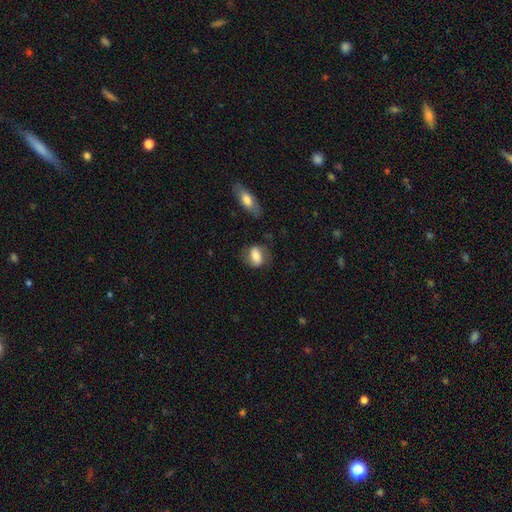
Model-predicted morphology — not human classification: smooth_or_featured: smooth (p=0.67) [alt: featured or disk p=0.26]
how_rounded: in between (p=0.71) [alt: round p=0.25]
merging: none (p=0.67) [alt: minor disturbance p=0.21]